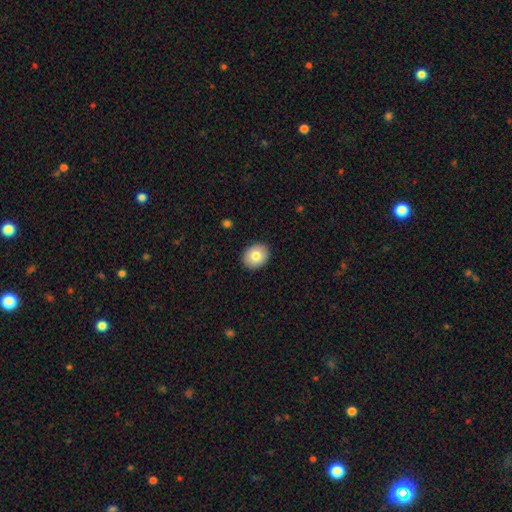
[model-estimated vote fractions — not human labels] smooth-or-featured: smooth: 81% | featured or disk: 11% | star or artifact: 8%
  how-rounded: round: 59% | in between: 40% | cigar-shaped: 1%
  merging: none: 91% | minor disturbance: 6% | major disturbance: 2% | merger: 1%